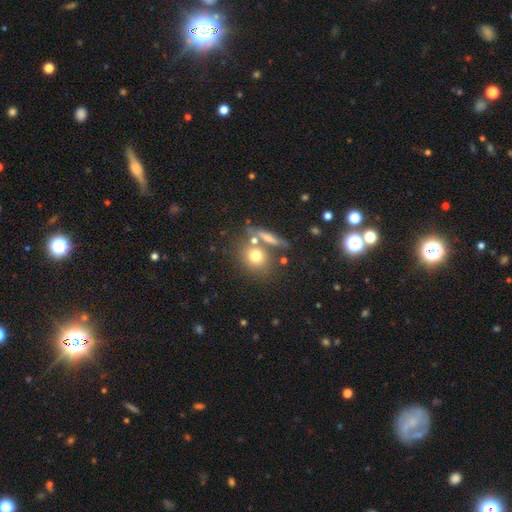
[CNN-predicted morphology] This appears to be a smooth galaxy with no disk features (73%) that is round (71%). Merging: none (58%).